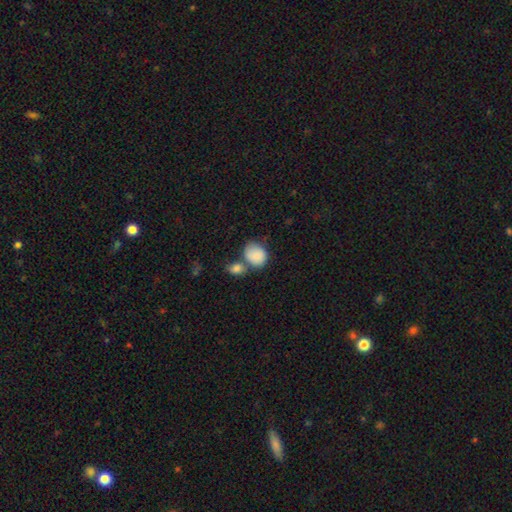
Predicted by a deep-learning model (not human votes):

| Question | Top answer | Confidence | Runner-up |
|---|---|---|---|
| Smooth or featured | smooth | 84% | featured or disk (9%) |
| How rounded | round | 58% | in between (41%) |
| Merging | merger | 41% | none (36%) |